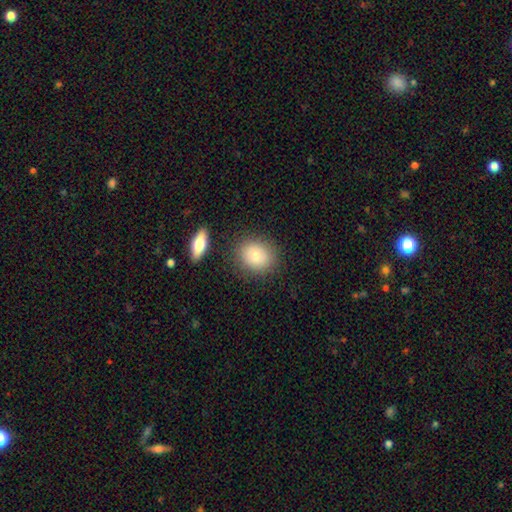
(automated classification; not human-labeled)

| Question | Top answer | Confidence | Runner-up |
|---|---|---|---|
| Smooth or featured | smooth | 79% | featured or disk (13%) |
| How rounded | round | 62% | in between (37%) |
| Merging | none | 81% | minor disturbance (11%) |